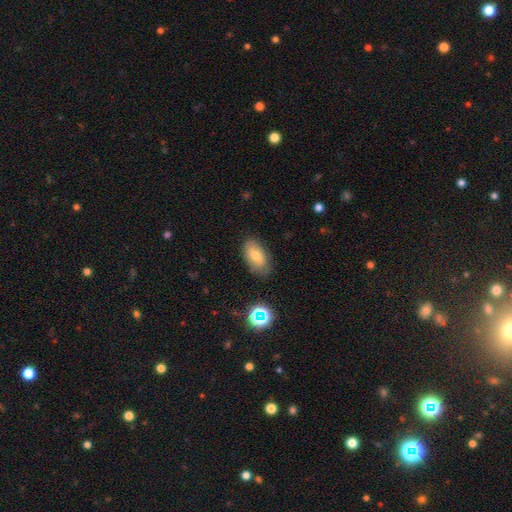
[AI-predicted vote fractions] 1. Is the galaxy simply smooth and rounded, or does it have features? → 71% smooth, 18% featured or disk, 11% star or artifact.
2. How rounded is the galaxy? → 91% in between, 6% round, 3% cigar-shaped.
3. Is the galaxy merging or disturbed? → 78% none, 16% minor disturbance, 4% major disturbance, 2% merger.